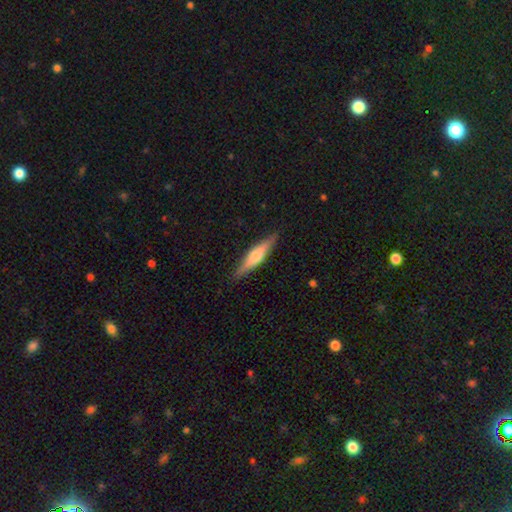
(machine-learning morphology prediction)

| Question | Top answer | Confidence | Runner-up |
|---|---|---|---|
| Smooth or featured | featured or disk | 53% | smooth (41%) |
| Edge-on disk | yes | 95% | no (5%) |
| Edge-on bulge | rounded | 81% | boxy (11%) |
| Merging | none | 89% | minor disturbance (8%) |